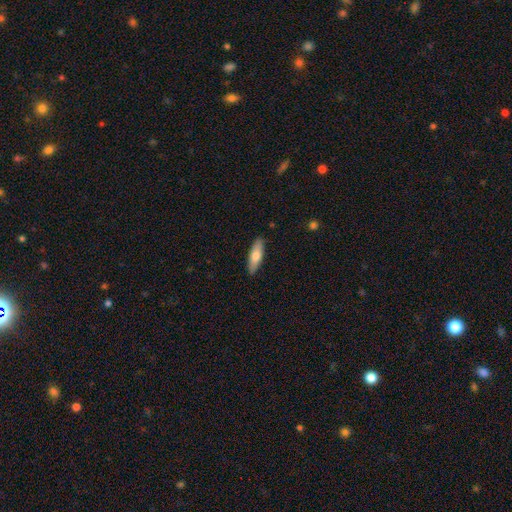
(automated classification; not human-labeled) This is likely a smooth galaxy (71%). How rounded: possibly cigar-shaped (54%). Merging: clearly none (89%).